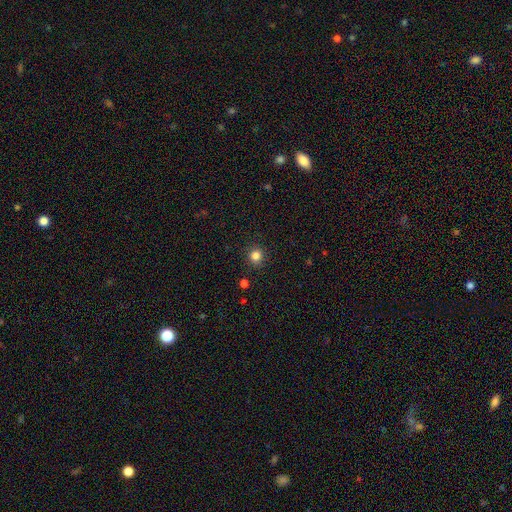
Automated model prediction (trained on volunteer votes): A smooth galaxy with no disk features (83%) that is round (91%). Merging: none (90%).